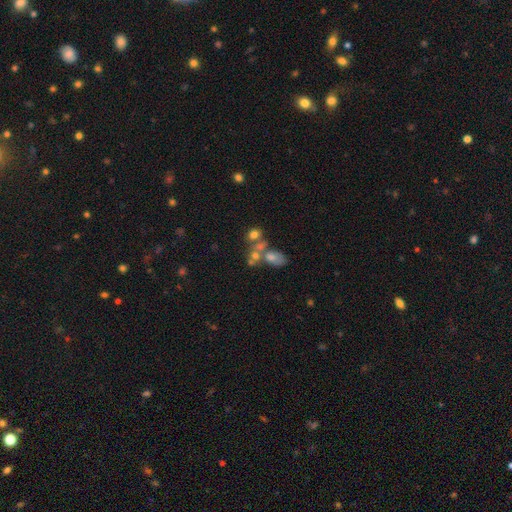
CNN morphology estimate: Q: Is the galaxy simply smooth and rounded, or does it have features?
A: smooth — 49%.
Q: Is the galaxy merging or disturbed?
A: merger — 52%.